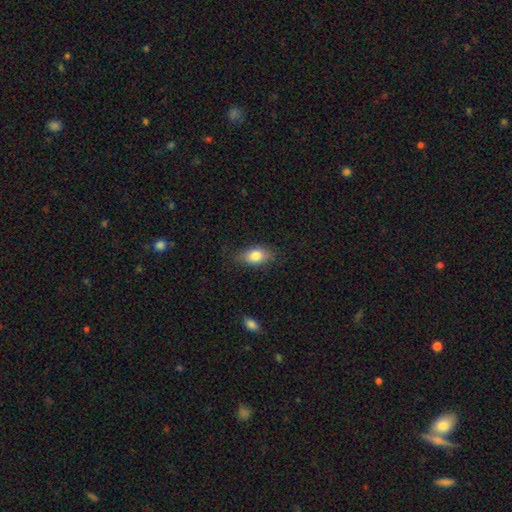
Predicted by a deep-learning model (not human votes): This is clearly a smooth galaxy (81%). How rounded: clearly in between (83%). Merging: likely none (74%).